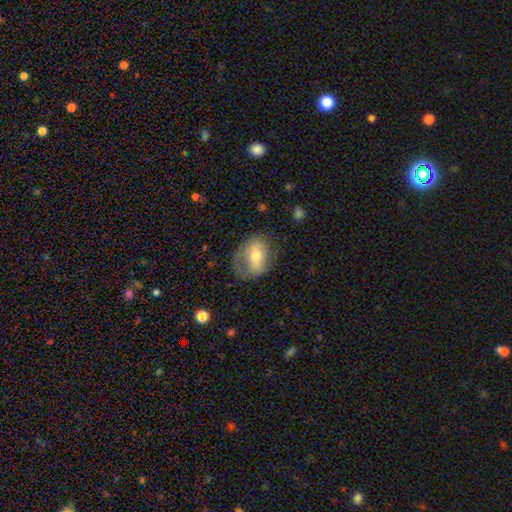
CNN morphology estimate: A smooth galaxy with no disk features (56%) that is in between round and cigar-shaped (72%). Merging: none (55%).